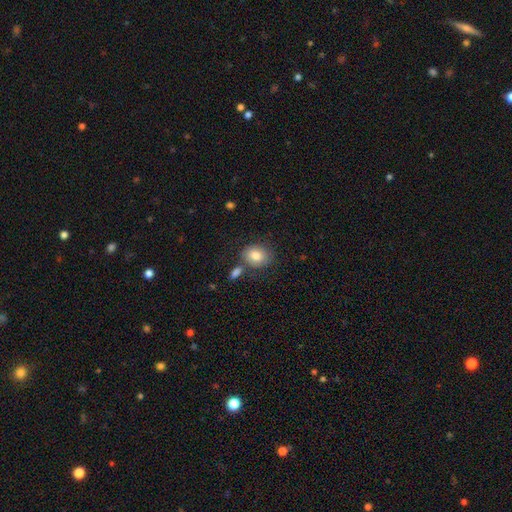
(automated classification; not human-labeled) A smooth galaxy with no disk features (82%) that is in between round and cigar-shaped (49%, tied with round). Merging: none (68%).